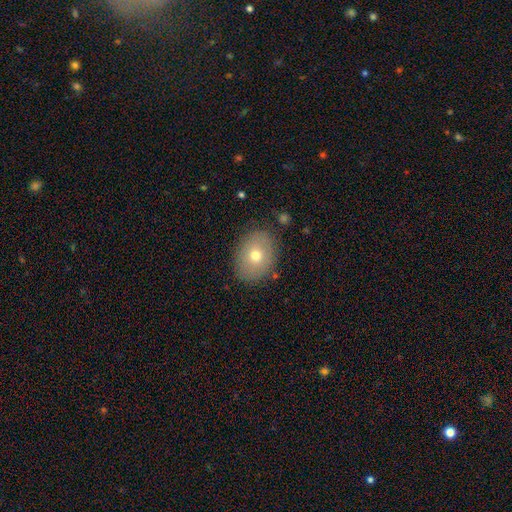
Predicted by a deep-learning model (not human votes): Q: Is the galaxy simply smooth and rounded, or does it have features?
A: smooth — 67%.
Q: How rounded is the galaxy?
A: in between — 62%.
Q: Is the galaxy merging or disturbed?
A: none — 83%.